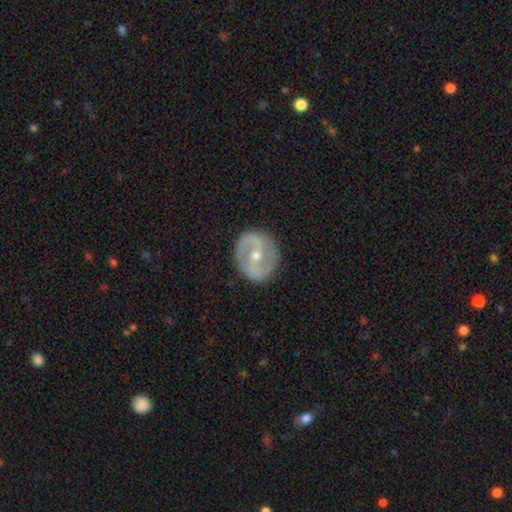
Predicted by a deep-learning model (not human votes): smooth_or_featured: featured or disk (p=0.79) [alt: smooth p=0.16]
disk_edge_on: no (p=0.96) [alt: yes p=0.04]
bar: weak (p=0.38) [alt: strong p=0.34]
has_spiral_arms: yes (p=0.73) [alt: no p=0.27]
spiral_winding: medium (p=0.44) [alt: tight p=0.35]
spiral_arm_count: 2 (p=0.86) [alt: can't tell p=0.08]
bulge_size: moderate (p=0.57) [alt: small p=0.40]
merging: none (p=0.86) [alt: minor disturbance p=0.10]